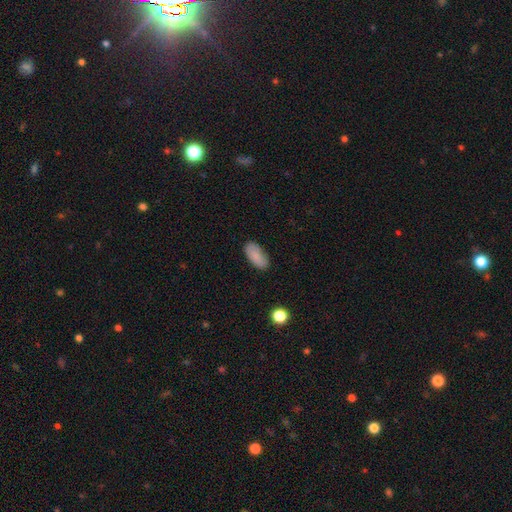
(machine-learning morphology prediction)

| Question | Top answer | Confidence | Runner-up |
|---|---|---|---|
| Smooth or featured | smooth | 86% | star or artifact (7%) |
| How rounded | in between | 90% | cigar-shaped (8%) |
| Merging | none | 83% | minor disturbance (13%) |